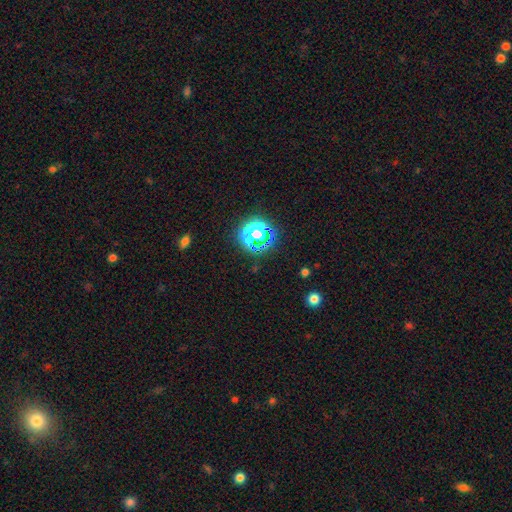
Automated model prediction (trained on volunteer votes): star or artifact 72%, smooth 22%, featured or disk 6%.